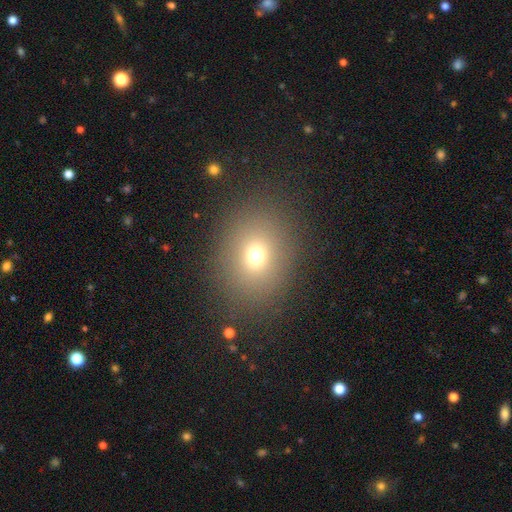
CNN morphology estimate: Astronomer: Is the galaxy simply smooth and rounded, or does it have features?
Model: smooth — 70%.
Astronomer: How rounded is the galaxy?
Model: round — 65%.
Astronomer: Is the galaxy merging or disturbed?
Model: none — 85%.